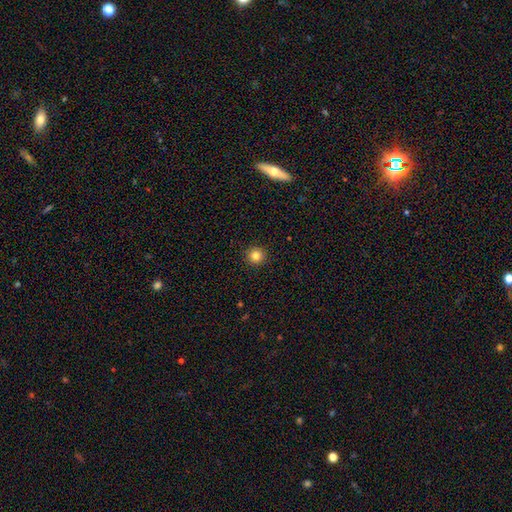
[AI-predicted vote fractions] smooth 82%, star or artifact 12%, featured or disk 6%. Down the decision tree: how rounded — round (95%); merging — none (93%).